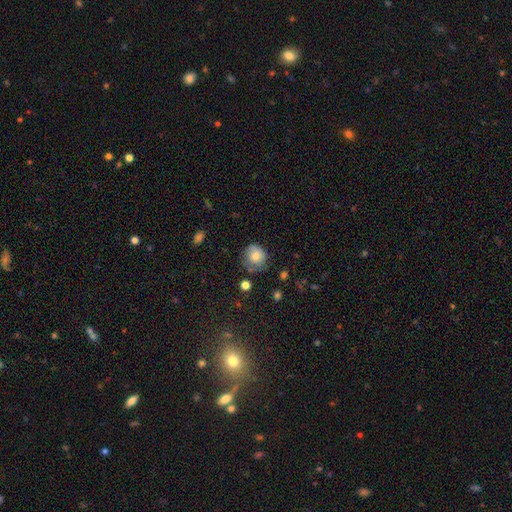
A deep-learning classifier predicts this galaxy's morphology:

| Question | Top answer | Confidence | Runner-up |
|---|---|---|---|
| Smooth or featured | smooth | 71% | featured or disk (20%) |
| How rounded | round | 82% | in between (17%) |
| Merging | none | 62% | minor disturbance (27%) |